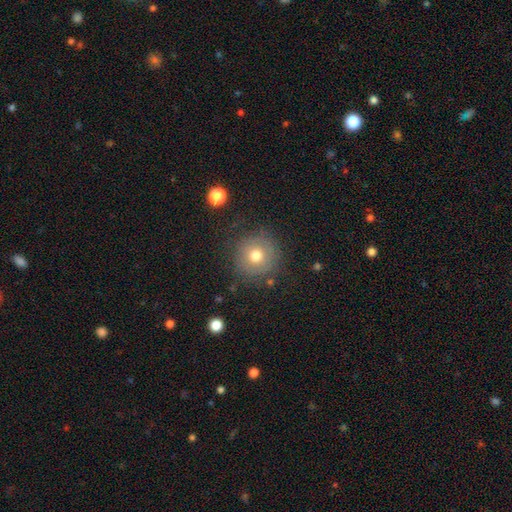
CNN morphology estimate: The model was most divided on "smooth or featured": smooth: 68%, featured or disk: 19%, star or artifact: 13%. More confident: how rounded — round (94%); merging — none (80%).